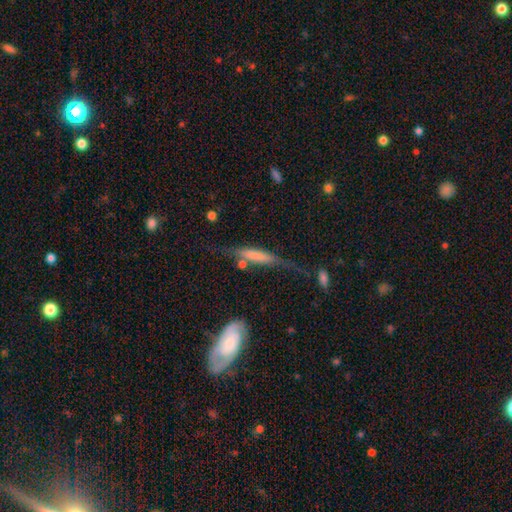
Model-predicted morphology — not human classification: Smooth or featured: smooth — 47% (tied with featured or disk — 47%)
Merging: none — 50% (minor disturbance — 26%)